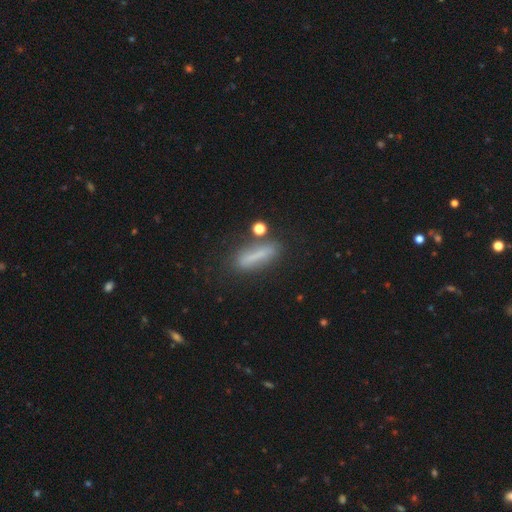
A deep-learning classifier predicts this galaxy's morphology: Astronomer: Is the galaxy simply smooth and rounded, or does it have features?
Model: smooth — 64%.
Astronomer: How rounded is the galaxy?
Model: cigar-shaped — 77%.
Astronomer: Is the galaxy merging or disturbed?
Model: none — 68%.